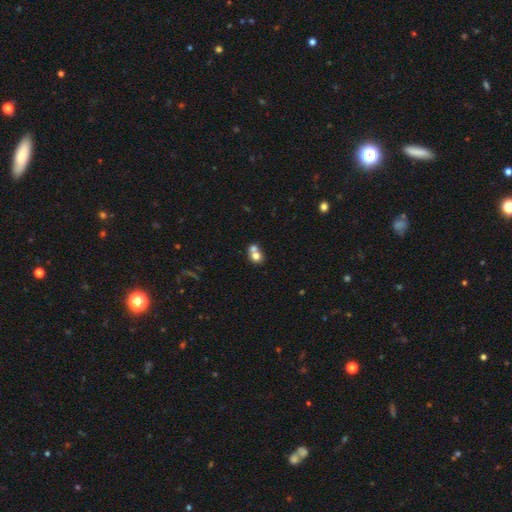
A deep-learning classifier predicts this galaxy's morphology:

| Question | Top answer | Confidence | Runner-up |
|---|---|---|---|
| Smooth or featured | smooth | 73% | featured or disk (16%) |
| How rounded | round | 75% | in between (24%) |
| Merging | merger | 59% | none (33%) |